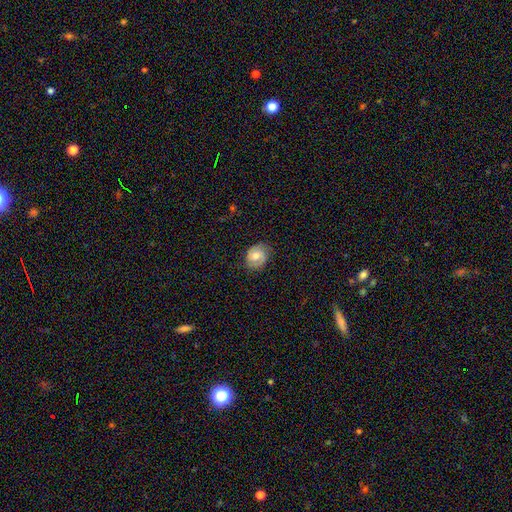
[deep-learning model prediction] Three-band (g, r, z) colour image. It shows a featured or disk galaxy (49%). Merging: none (79%).